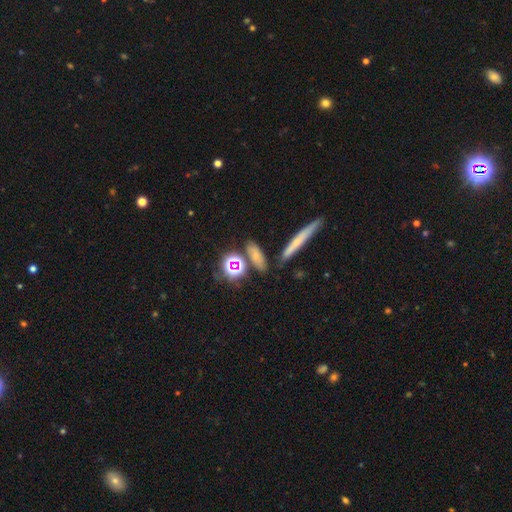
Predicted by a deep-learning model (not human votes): The model was most divided on "how rounded": in between: 55%, cigar-shaped: 29%, round: 16%. More confident: merging — none (74%); smooth or featured — smooth (63%).